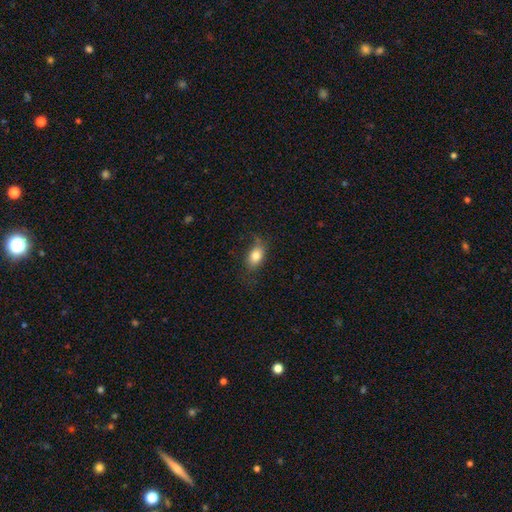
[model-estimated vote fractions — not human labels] A smooth galaxy with no disk features (81%) that is in between round and cigar-shaped (85%).

Vote fractions:
- Smooth or featured? smooth: 81% / featured or disk: 11% / star or artifact: 8%
- How rounded? in between: 85% / round: 12% / cigar-shaped: 3%
- Merging? none: 68% / minor disturbance: 21% / major disturbance: 8% / merger: 2%